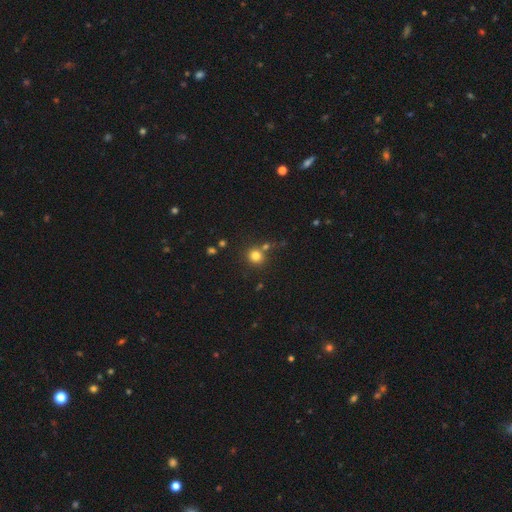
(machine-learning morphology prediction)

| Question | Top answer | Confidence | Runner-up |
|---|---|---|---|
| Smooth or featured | smooth | 79% | star or artifact (14%) |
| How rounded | round | 87% | in between (12%) |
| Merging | none | 70% | merger (17%) |